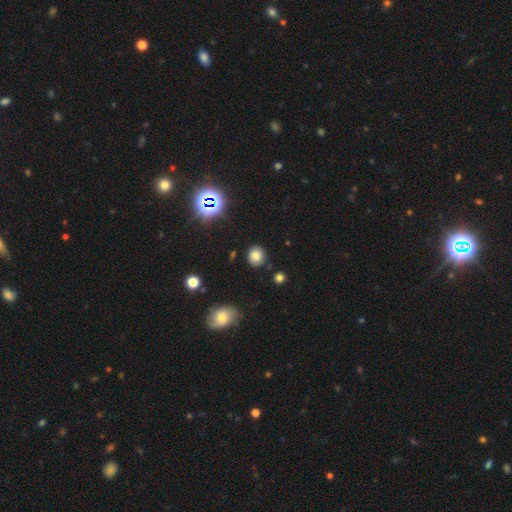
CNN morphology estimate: A smooth galaxy with no disk features (75%) that is round (72%). Merging: none (84%).